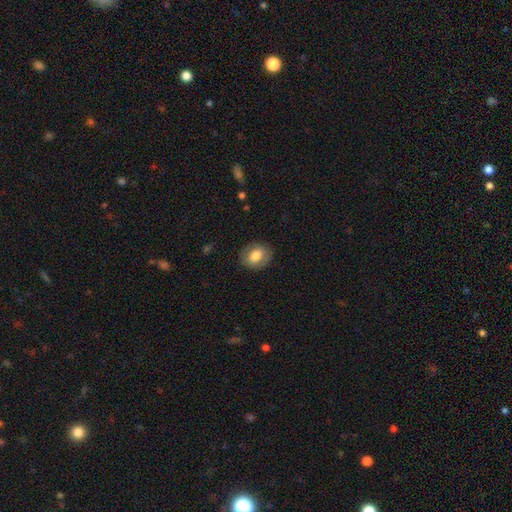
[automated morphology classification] Q: Smooth or featured?
A: smooth (75%); runner-up: featured or disk (17%)
Q: How rounded?
A: round (54%); runner-up: in between (45%)
Q: Merging?
A: none (86%); runner-up: minor disturbance (10%)